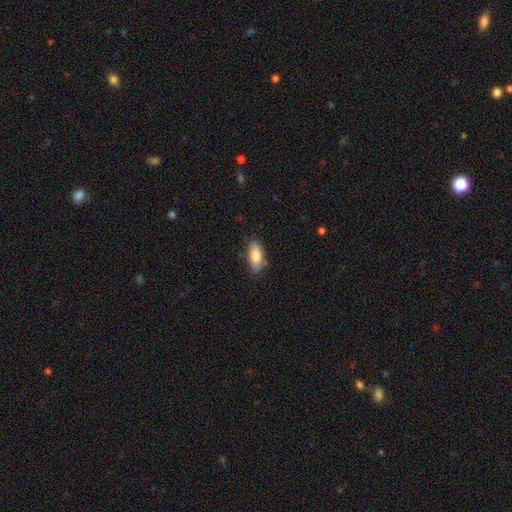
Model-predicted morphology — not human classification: type=smooth (82%); roundness=in between (86%); merging=none (79%).